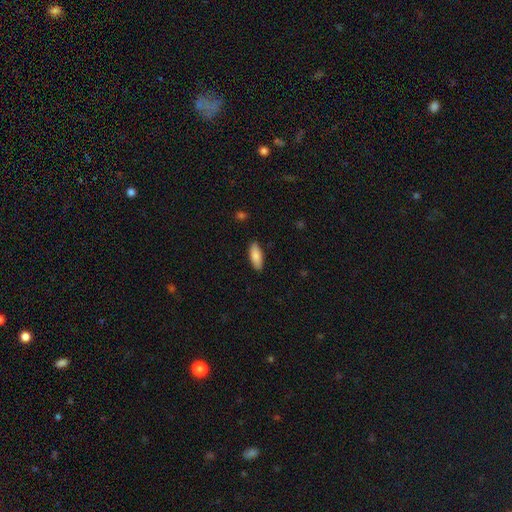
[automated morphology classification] smooth-or-featured: smooth: 86% | featured or disk: 8% | star or artifact: 6%
  how-rounded: in between: 76% | cigar-shaped: 22% | round: 2%
  merging: none: 88% | minor disturbance: 9% | major disturbance: 2% | merger: 1%